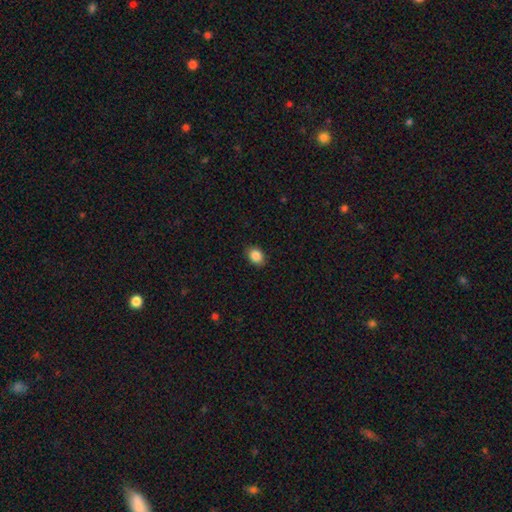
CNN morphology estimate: The model was most divided on "how rounded": in between: 64%, round: 35%, cigar-shaped: 1%. More confident: merging — none (87%); smooth or featured — smooth (87%).